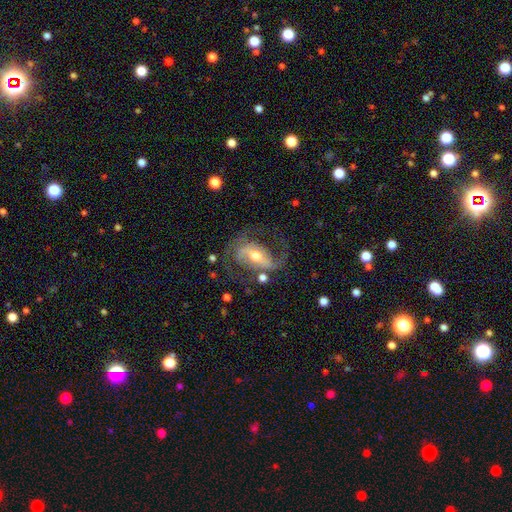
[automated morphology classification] A featured or disk galaxy (85%) with a strong bar (43%), 2 (83%) medium (50%) spiral arms (92%) and a moderate central bulge (64%). Merging: none (61%).